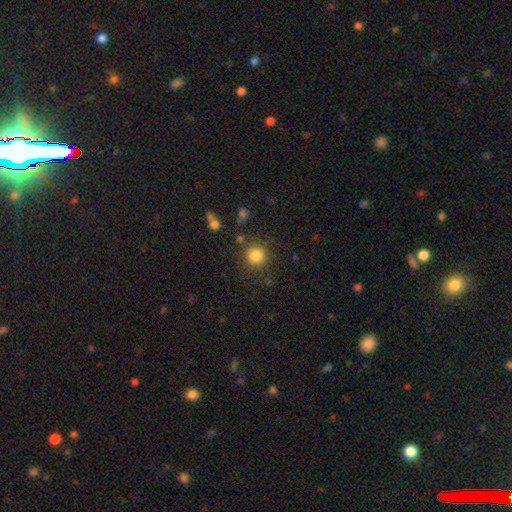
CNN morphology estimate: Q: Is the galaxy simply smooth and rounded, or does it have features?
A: smooth — 83%.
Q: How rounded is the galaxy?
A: round — 93%.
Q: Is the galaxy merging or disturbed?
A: none — 82%.